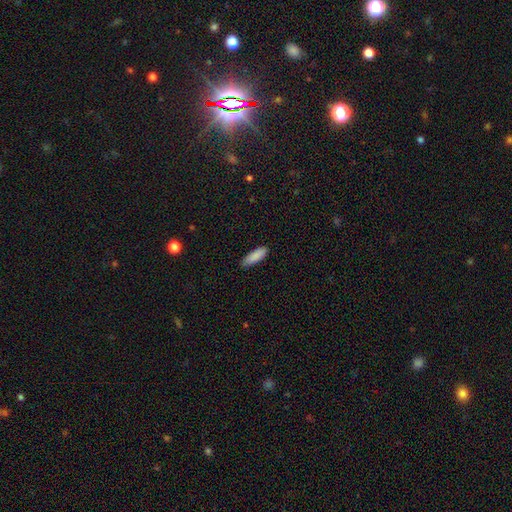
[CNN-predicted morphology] Q: Smooth or featured?
A: smooth (88%); runner-up: star or artifact (6%)
Q: How rounded?
A: in between (55%); runner-up: cigar-shaped (43%)
Q: Merging?
A: none (84%); runner-up: minor disturbance (13%)